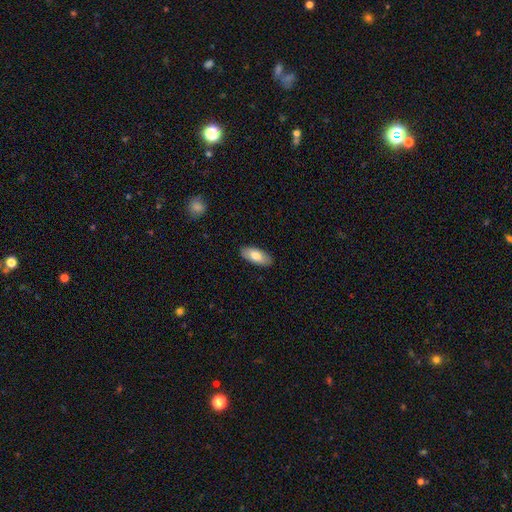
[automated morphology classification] This is likely a smooth galaxy (76%). How rounded: clearly in between (88%). Merging: clearly none (89%).